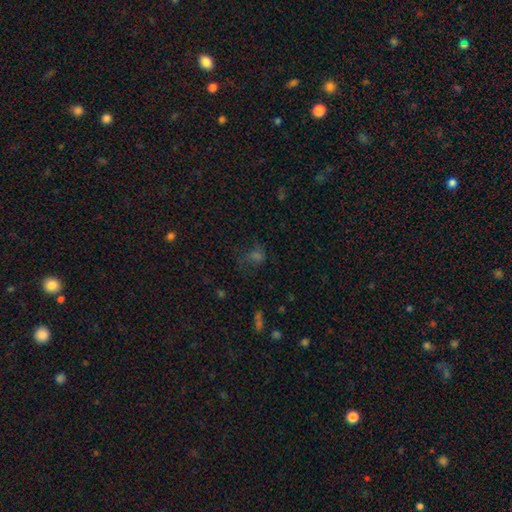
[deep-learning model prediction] Overall: smooth (42%, tied with star or artifact). Merging: none (51%; major disturbance 24%).